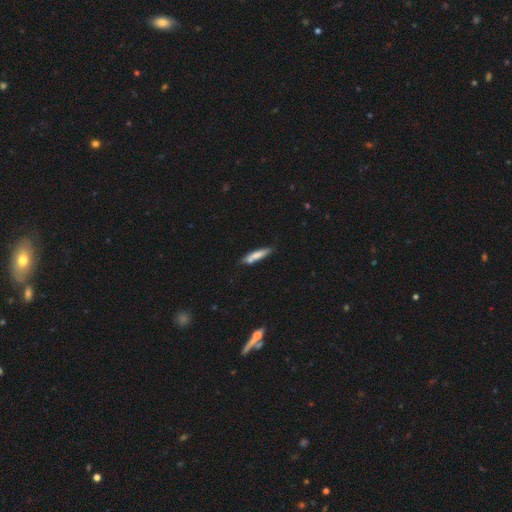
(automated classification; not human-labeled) Smooth or featured?
  - smooth: 74% *
  - featured or disk: 19%
  - star or artifact: 7%
How rounded?
  - cigar-shaped: 85% *
  - in between: 14%
  - round: 1%
Merging?
  - none: 72% *
  - minor disturbance: 17%
  - merger: 8%
  - major disturbance: 3%